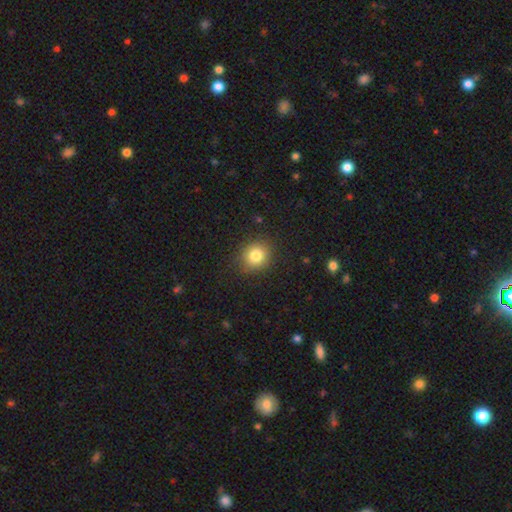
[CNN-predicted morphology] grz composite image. It shows a smooth galaxy with no disk features (82%) that is round (79%). Merging: none (87%).